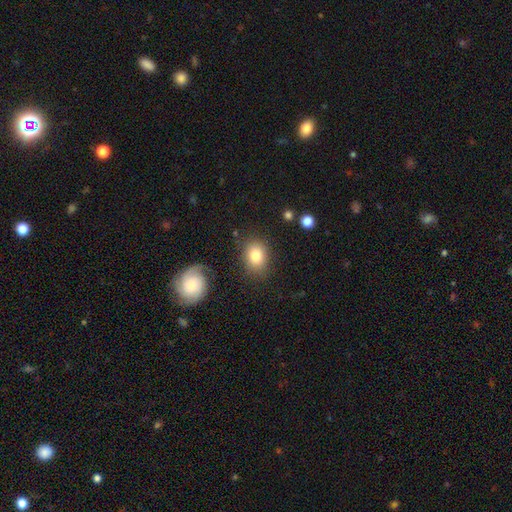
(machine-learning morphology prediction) smooth 81%, featured or disk 11%, star or artifact 9%. Down the decision tree: how rounded — in between (56%); merging — none (81%).